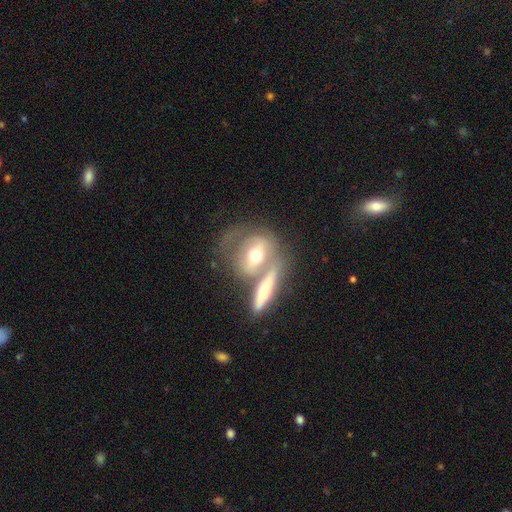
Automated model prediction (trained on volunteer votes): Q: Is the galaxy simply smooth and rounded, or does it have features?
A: featured or disk — 56%.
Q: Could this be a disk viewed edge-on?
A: no — 76%.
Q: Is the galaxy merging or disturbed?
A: merger — 42%.